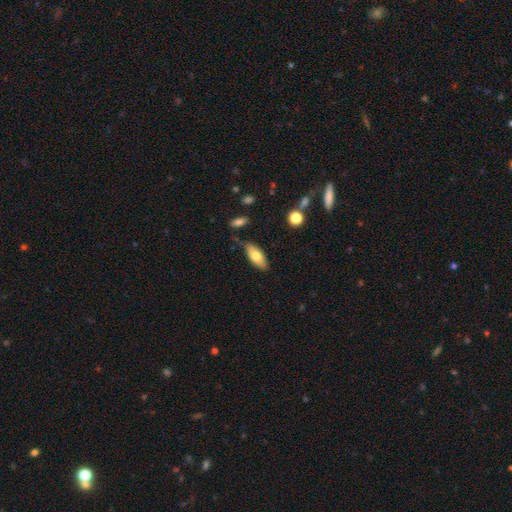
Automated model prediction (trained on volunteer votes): smooth-or-featured: smooth: 73% | featured or disk: 20% | star or artifact: 7%
  how-rounded: in between: 81% | cigar-shaped: 17% | round: 2%
  merging: none: 76% | minor disturbance: 16% | merger: 4% | major disturbance: 3%